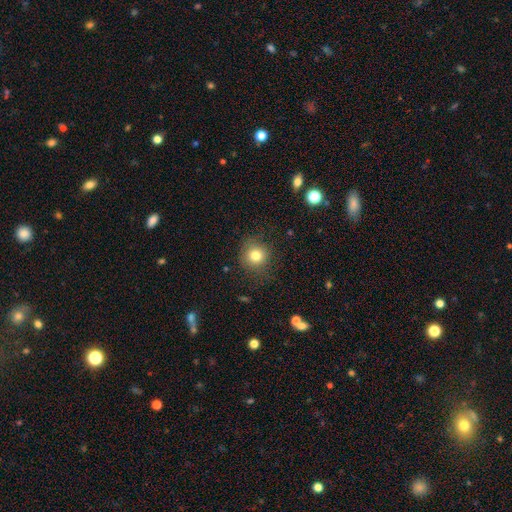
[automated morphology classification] This is likely a smooth galaxy (79%). How rounded: clearly round (90%). Merging: clearly none (81%).